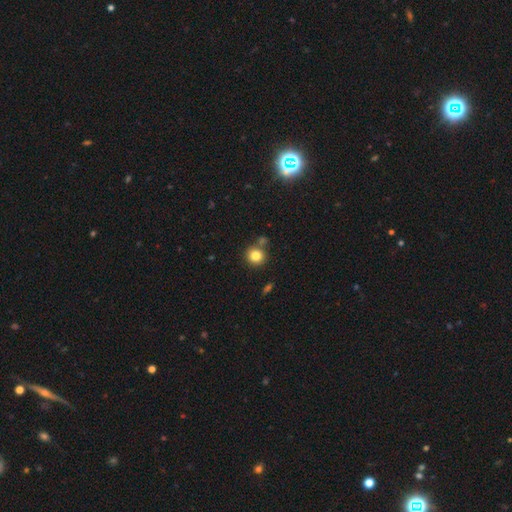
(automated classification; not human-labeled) Smooth or featured: smooth — 82% (star or artifact — 11%)
How rounded: round — 91% (in between — 8%)
Merging: none — 77% (merger — 12%)